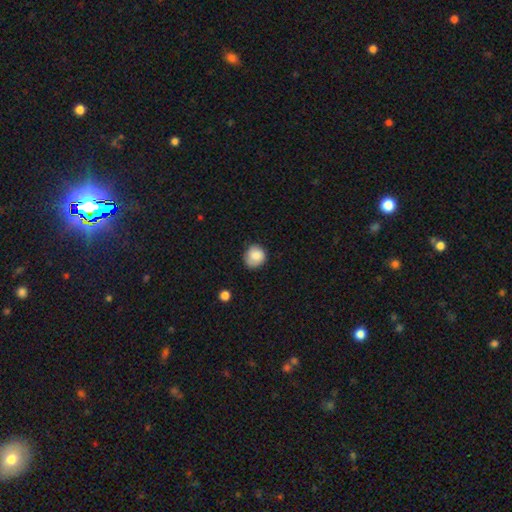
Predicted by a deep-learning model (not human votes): This appears to be a smooth galaxy with no disk features (85%) that is round (86%). Merging: none (72%).